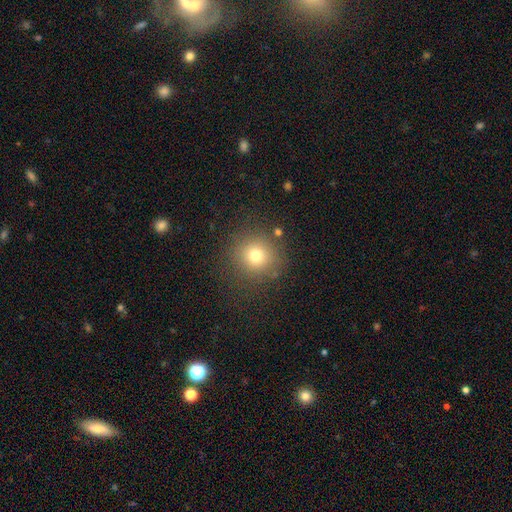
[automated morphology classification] smooth-or-featured: smooth: 73% | star or artifact: 16% | featured or disk: 11%
  how-rounded: round: 92% | in between: 7% | cigar-shaped: 1%
  merging: none: 85% | minor disturbance: 9% | major disturbance: 5% | merger: 2%